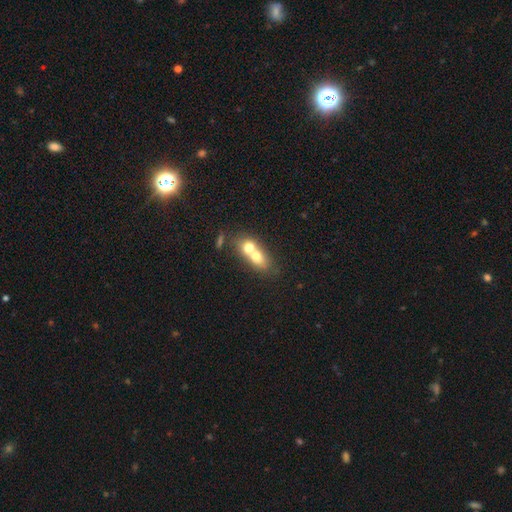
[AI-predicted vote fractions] Smooth or featured: smooth — 65% (featured or disk — 26%)
How rounded: in between — 61% (round — 34%)
Merging: merger — 73% (none — 19%)